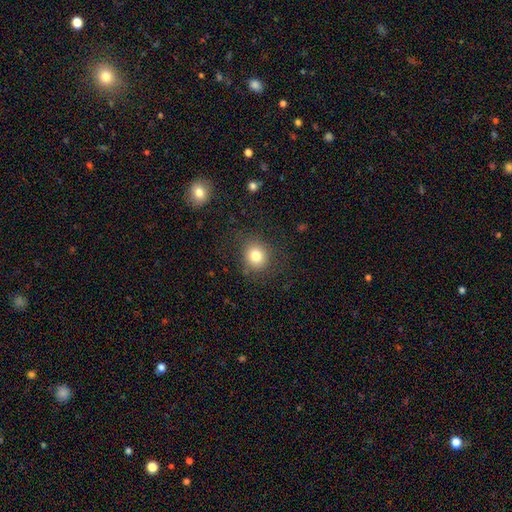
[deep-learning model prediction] Smooth or featured? Predicted: smooth (p=0.80). How rounded? Predicted: round (p=0.83). Merging? Predicted: none (p=0.83).